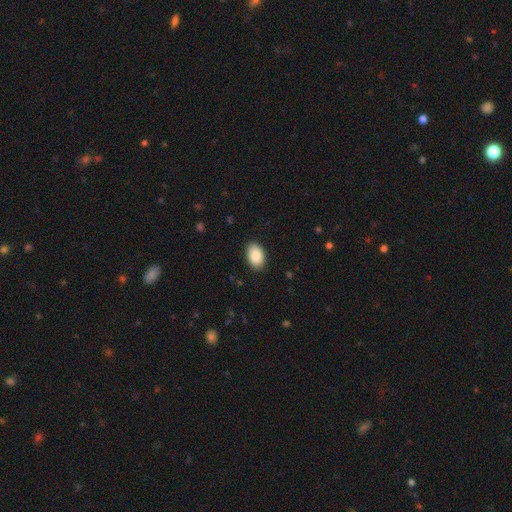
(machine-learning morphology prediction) Q: Smooth or featured?
A: smooth (88%); runner-up: star or artifact (6%)
Q: How rounded?
A: in between (91%); runner-up: round (8%)
Q: Merging?
A: none (87%); runner-up: minor disturbance (10%)